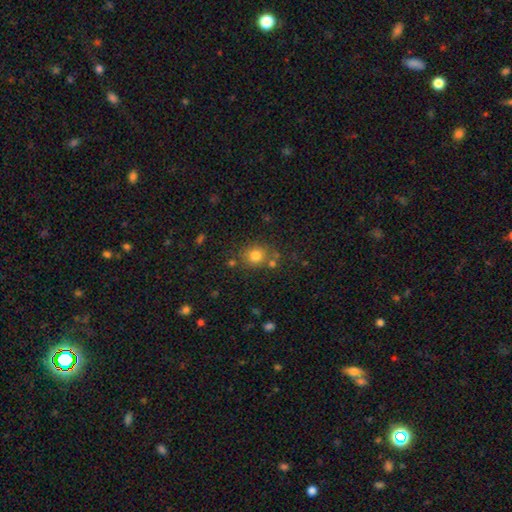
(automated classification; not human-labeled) Smooth or featured: smooth — 79% (star or artifact — 13%)
How rounded: round — 82% (in between — 17%)
Merging: none — 73% (minor disturbance — 12%)